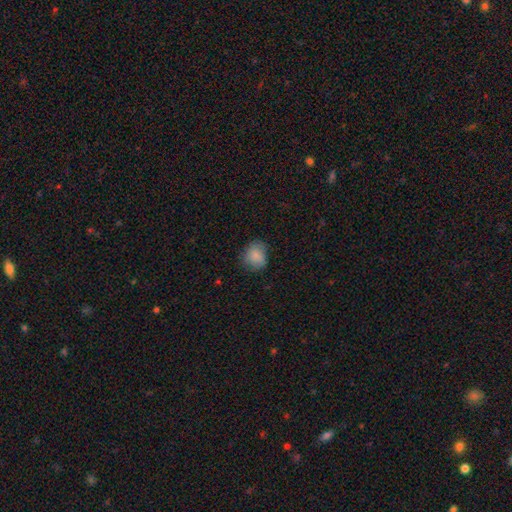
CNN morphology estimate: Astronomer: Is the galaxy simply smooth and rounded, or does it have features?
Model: smooth — 85%.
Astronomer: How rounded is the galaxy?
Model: round — 65%.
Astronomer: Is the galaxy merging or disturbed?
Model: none — 71%.